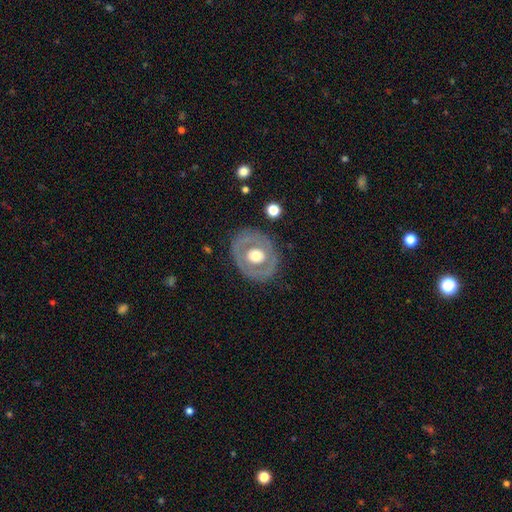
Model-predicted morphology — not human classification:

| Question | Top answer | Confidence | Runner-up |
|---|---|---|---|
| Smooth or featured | featured or disk | 58% | smooth (37%) |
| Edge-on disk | no | 94% | yes (6%) |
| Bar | no | 86% | weak (11%) |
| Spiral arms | no | 86% | yes (14%) |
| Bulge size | moderate | 55% | large (37%) |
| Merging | none | 80% | minor disturbance (12%) |